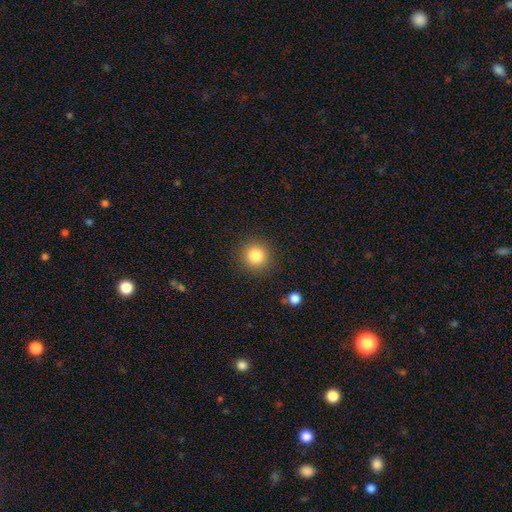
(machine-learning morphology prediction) smooth_or_featured: smooth (p=0.83) [alt: star or artifact p=0.11]
how_rounded: round (p=0.93) [alt: in between p=0.07]
merging: none (p=0.89) [alt: minor disturbance p=0.07]